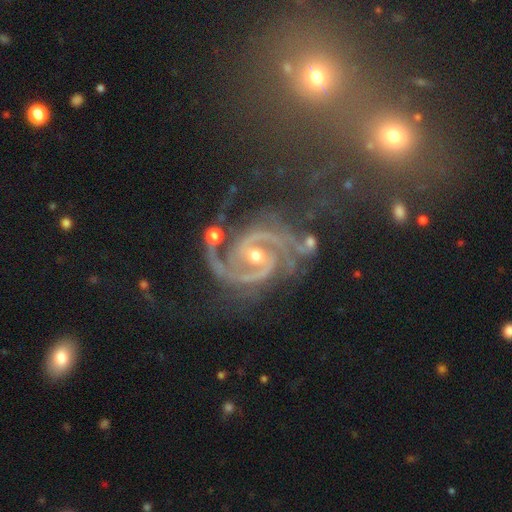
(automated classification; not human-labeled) Smooth or featured? Predicted: featured or disk (p=0.91). Edge-on disk? Predicted: no (p=0.98). Bar? Predicted: weak (p=0.40). Spiral arms? Predicted: yes (p=0.99). Spiral winding? Predicted: medium (p=0.52). Spiral arm count? Predicted: 2 (p=0.85). Bulge size? Predicted: small (p=0.55). Merging? Predicted: none (p=0.62).